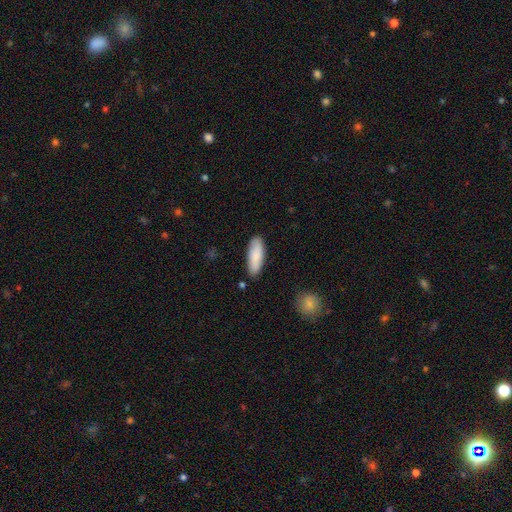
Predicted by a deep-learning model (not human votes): Smooth or featured? smooth (85%)
How rounded? in between (67%)
Merging? none (85%)